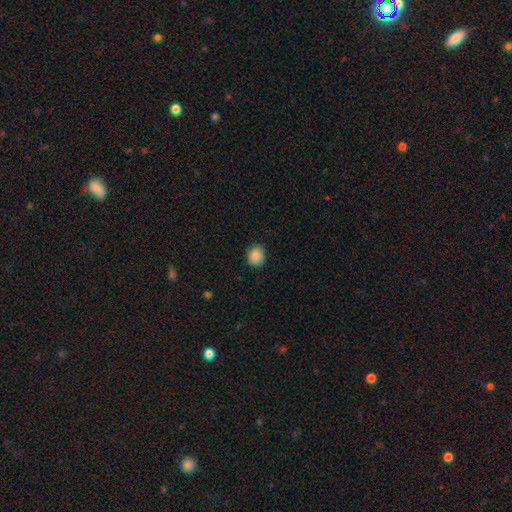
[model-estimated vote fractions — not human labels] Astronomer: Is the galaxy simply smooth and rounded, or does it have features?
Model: smooth — 86%.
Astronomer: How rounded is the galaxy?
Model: round — 75%.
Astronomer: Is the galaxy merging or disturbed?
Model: none — 88%.